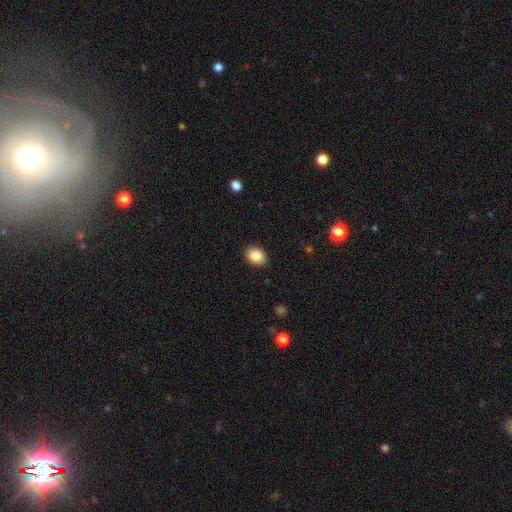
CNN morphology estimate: Smooth or featured?
  - smooth: 88% *
  - star or artifact: 8%
  - featured or disk: 4%
How rounded?
  - in between: 53% *
  - round: 46%
  - cigar-shaped: 1%
Merging?
  - none: 89% *
  - minor disturbance: 8%
  - major disturbance: 2%
  - merger: 1%